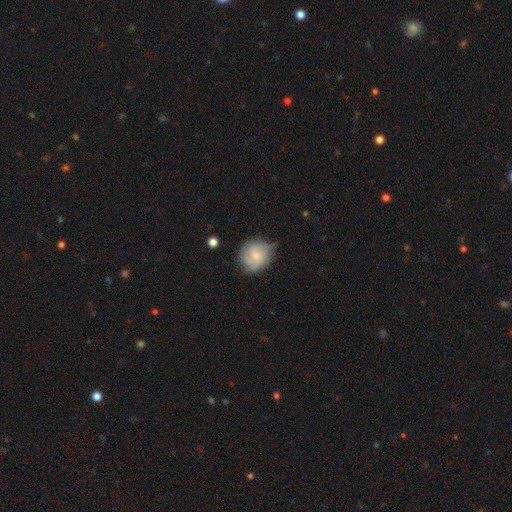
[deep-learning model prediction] The model was most divided on "smooth or featured": smooth: 56%, featured or disk: 37%, star or artifact: 7%. More confident: how rounded — round (83%); merging — none (61%).